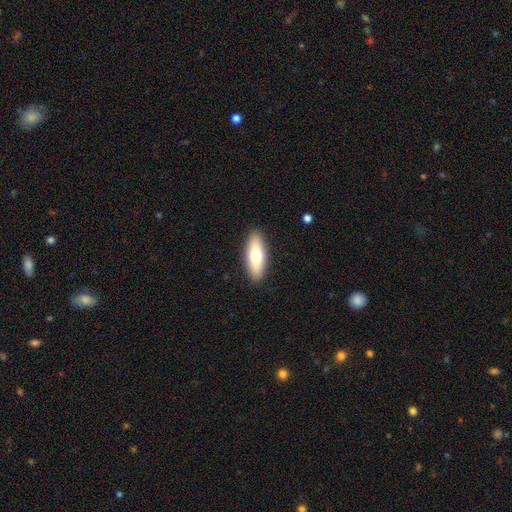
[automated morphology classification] type=smooth (69%); roundness=in between (65%); merging=none (90%).